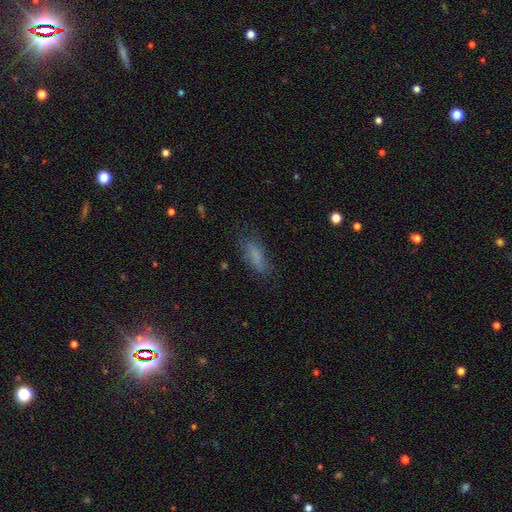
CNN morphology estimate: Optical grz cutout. It shows a smooth galaxy with no disk features (75%) that is in between round and cigar-shaped (55%). Merging: none (70%).